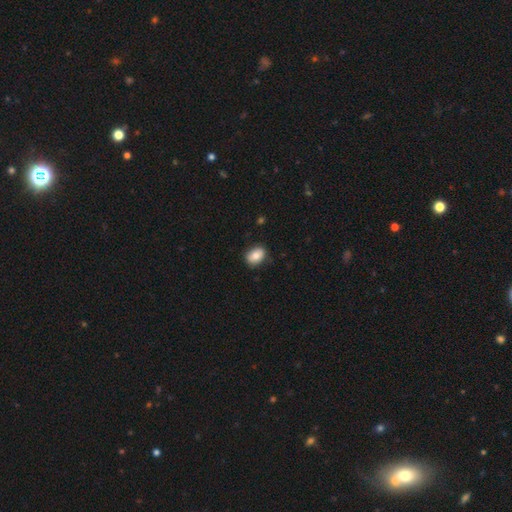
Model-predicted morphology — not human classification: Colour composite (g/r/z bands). It shows a smooth galaxy with no disk features (82%) that is in between round and cigar-shaped (76%). Merging: none (84%).